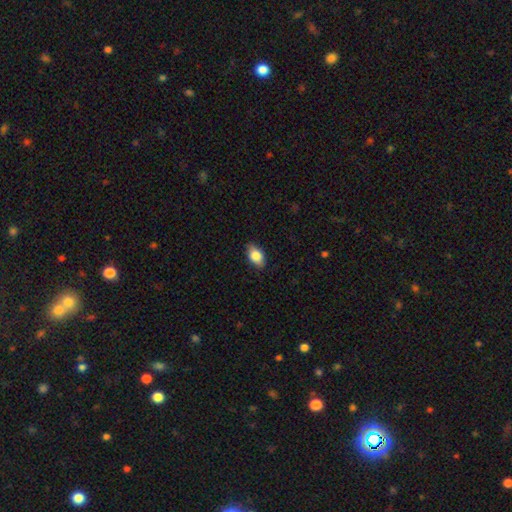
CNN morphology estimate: Smooth or featured?
  - smooth: 83% *
  - featured or disk: 10%
  - star or artifact: 7%
How rounded?
  - in between: 89% *
  - round: 9%
  - cigar-shaped: 3%
Merging?
  - none: 85% *
  - minor disturbance: 12%
  - major disturbance: 2%
  - merger: 1%